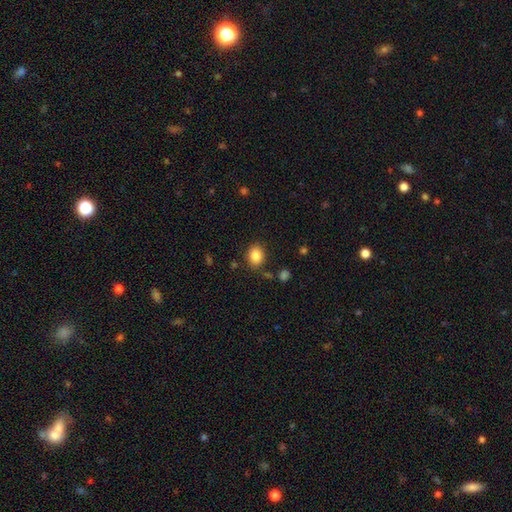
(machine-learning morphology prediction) Q: Smooth or featured?
A: smooth (85%); runner-up: star or artifact (9%)
Q: How rounded?
A: round (53%); runner-up: in between (46%)
Q: Merging?
A: none (83%); runner-up: minor disturbance (11%)